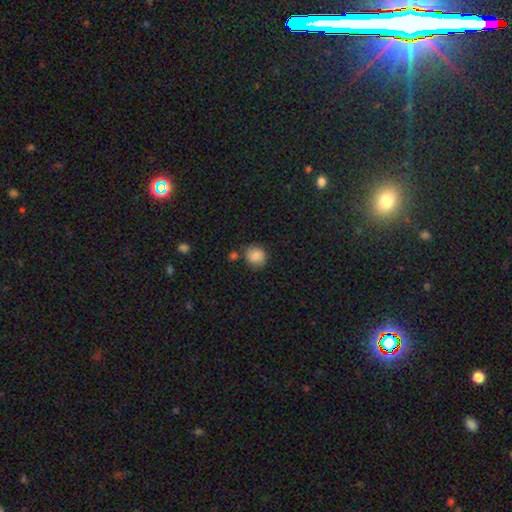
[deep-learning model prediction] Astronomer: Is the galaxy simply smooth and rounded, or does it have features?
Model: smooth — 83%.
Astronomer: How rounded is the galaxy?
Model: round — 82%.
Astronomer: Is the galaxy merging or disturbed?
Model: none — 71%.